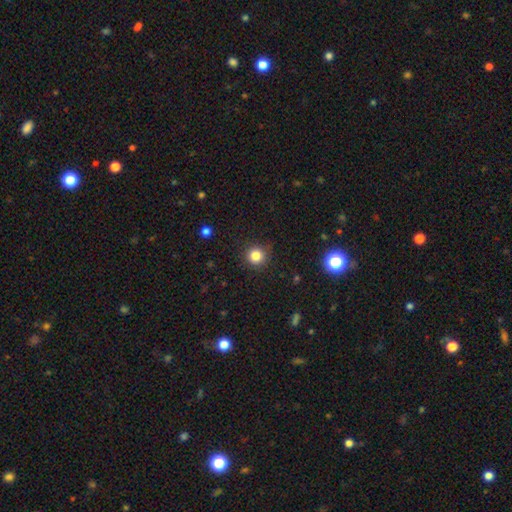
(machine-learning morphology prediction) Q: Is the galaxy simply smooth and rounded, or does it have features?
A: smooth — 83%.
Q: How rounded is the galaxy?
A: round — 94%.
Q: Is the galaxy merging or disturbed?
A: none — 88%.